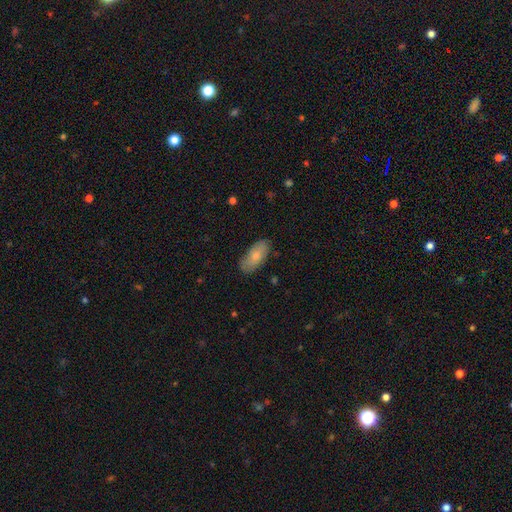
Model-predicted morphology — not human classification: type=smooth (76%); roundness=in between (90%); merging=none (81%).